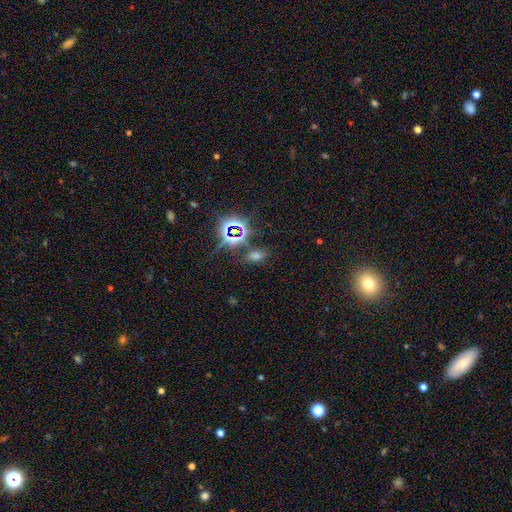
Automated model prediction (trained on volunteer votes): Q: Smooth or featured?
A: star or artifact (47%); runner-up: smooth (43%)